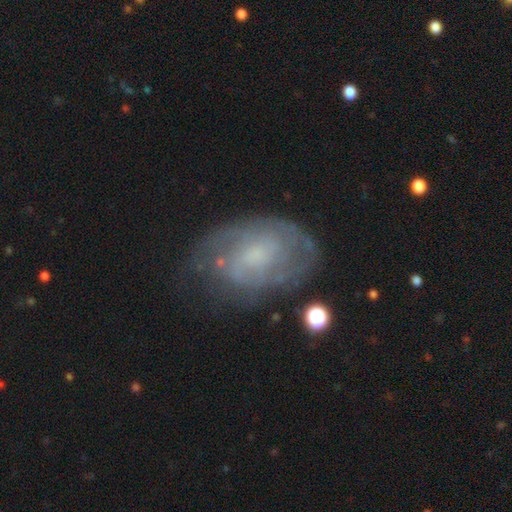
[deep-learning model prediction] Morphology: type=featured or disk (69%); edge-on=no (96%); bar=no (64%); spiral arms=yes (75%); winding=tight (52%); arm count=can't tell (49%); bulge=small (44%); merging=none (62%).